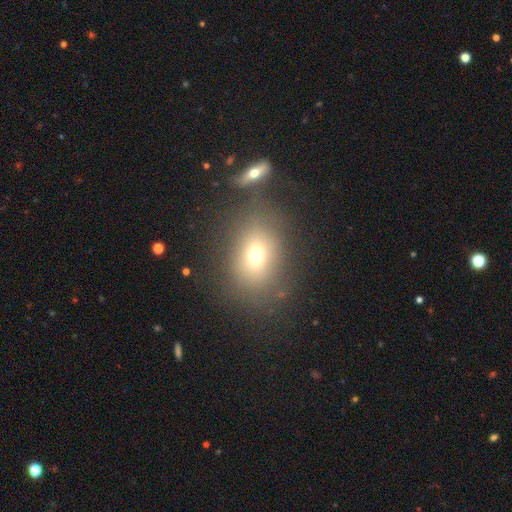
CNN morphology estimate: This is likely a smooth galaxy (66%). How rounded: possibly in between (56%). Merging: likely none (71%).